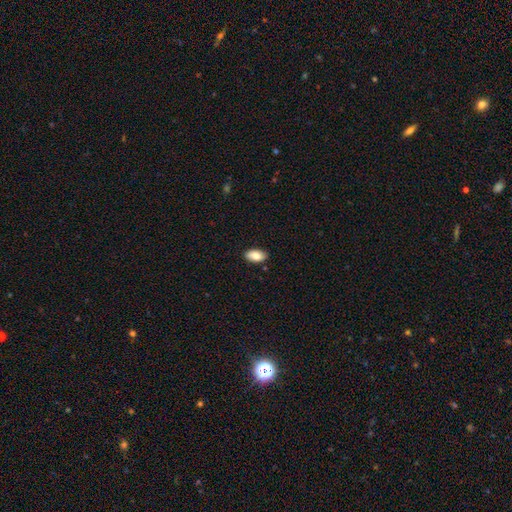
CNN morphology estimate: Smooth or featured?
  - smooth: 83% *
  - featured or disk: 10%
  - star or artifact: 7%
How rounded?
  - in between: 93% *
  - round: 4%
  - cigar-shaped: 3%
Merging?
  - none: 88% *
  - minor disturbance: 9%
  - major disturbance: 2%
  - merger: 1%